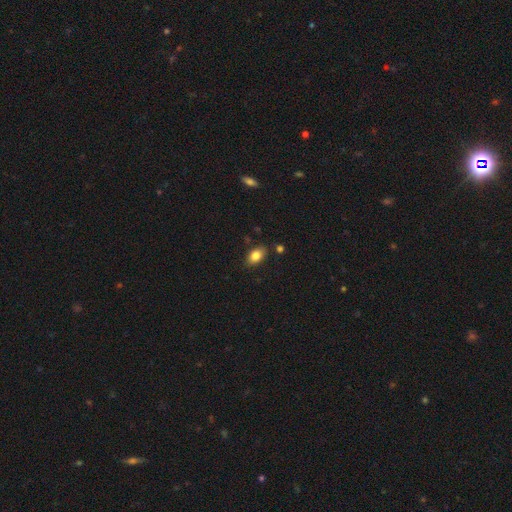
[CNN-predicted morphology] smooth_or_featured: smooth (p=0.84) [alt: star or artifact p=0.08]
how_rounded: in between (p=0.88) [alt: round p=0.10]
merging: none (p=0.83) [alt: minor disturbance p=0.12]